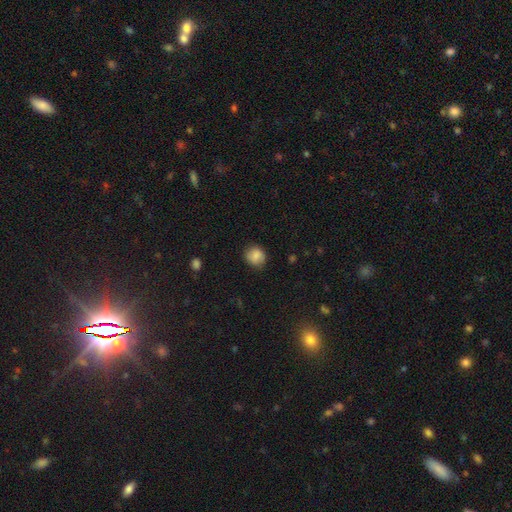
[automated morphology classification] This appears to be a smooth galaxy with no disk features (81%) that is round (82%). Merging: none (82%).